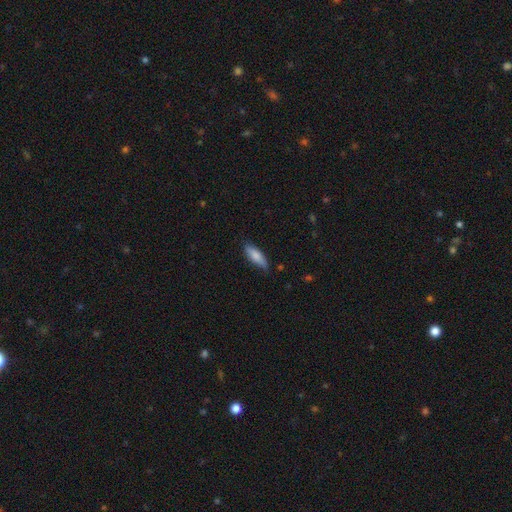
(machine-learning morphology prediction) Overall: smooth (81%). How rounded: in between (57%; cigar-shaped 41%). Merging: none (74%).